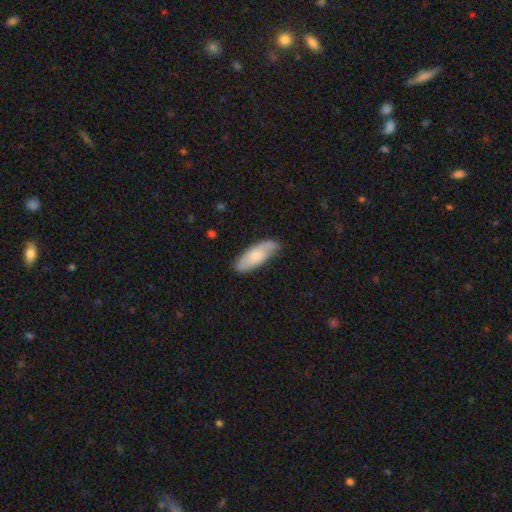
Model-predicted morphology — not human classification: Smooth or featured? smooth (66%)
How rounded? in between (73%)
Merging? none (69%)